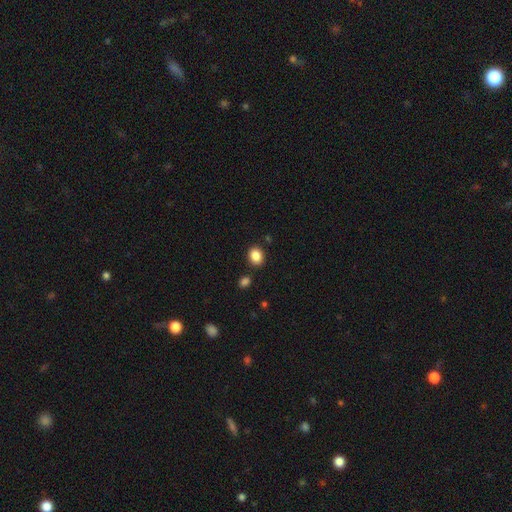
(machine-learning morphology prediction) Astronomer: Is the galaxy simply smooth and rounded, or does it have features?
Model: smooth — 87%.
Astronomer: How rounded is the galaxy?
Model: in between — 53% (runner-up: round, 46%).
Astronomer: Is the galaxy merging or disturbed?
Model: none — 83%.